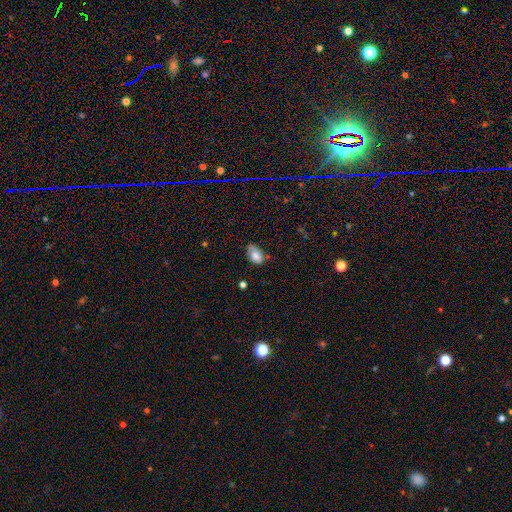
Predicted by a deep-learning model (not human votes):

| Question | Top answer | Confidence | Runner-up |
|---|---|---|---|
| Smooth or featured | smooth | 81% | featured or disk (11%) |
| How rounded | in between | 89% | round (9%) |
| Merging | none | 50% | minor disturbance (38%) |